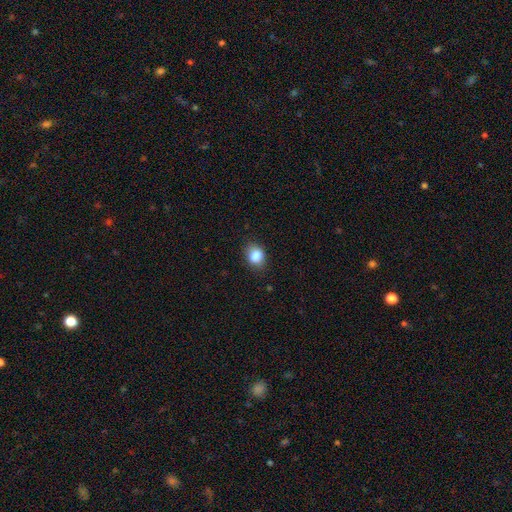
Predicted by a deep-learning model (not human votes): Smooth or featured?
  - smooth: 86% *
  - star or artifact: 9%
  - featured or disk: 4%
How rounded?
  - round: 51% *
  - in between: 48%
  - cigar-shaped: 1%
Merging?
  - none: 78% *
  - minor disturbance: 17%
  - major disturbance: 3%
  - merger: 1%